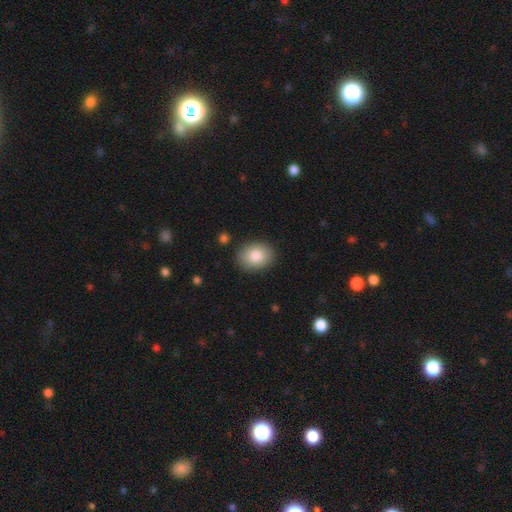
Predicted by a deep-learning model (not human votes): Q: Smooth or featured?
A: smooth (86%); runner-up: featured or disk (7%)
Q: How rounded?
A: in between (71%); runner-up: round (28%)
Q: Merging?
A: none (87%); runner-up: minor disturbance (9%)